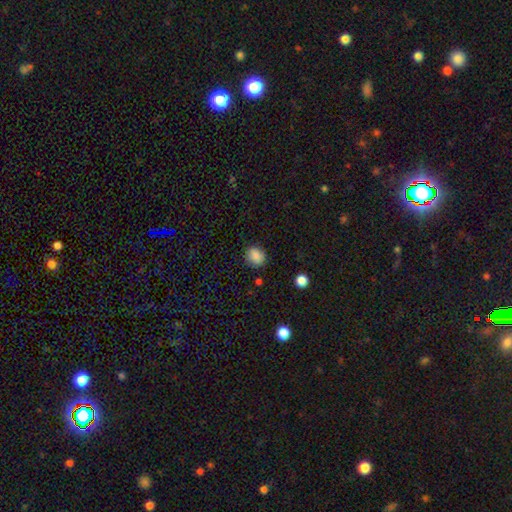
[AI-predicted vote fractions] smooth-or-featured: smooth: 87% | star or artifact: 9% | featured or disk: 4%
  how-rounded: round: 61% | in between: 38% | cigar-shaped: 1%
  merging: none: 84% | minor disturbance: 11% | major disturbance: 3% | merger: 2%